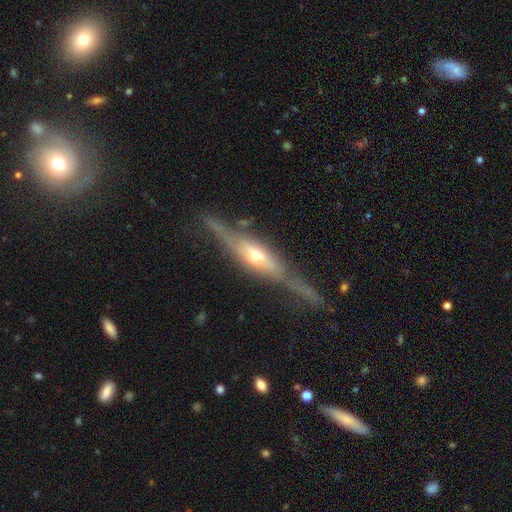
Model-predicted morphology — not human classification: Smooth or featured?
  - featured or disk: 80% *
  - smooth: 14%
  - star or artifact: 6%
Edge-on disk?
  - yes: 92% *
  - no: 8%
Edge-on bulge?
  - rounded: 79% *
  - boxy: 15%
  - none: 6%
Merging?
  - none: 70% *
  - minor disturbance: 18%
  - major disturbance: 9%
  - merger: 3%